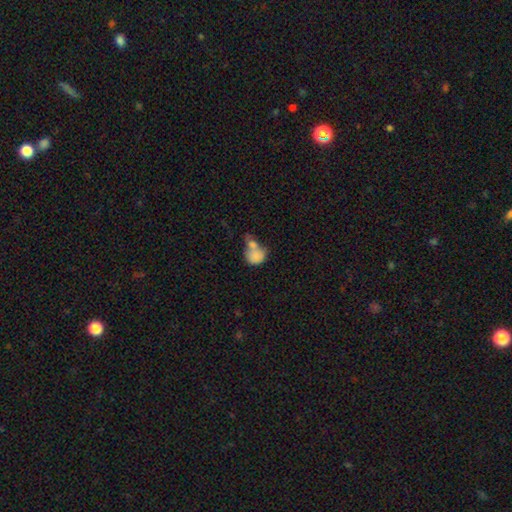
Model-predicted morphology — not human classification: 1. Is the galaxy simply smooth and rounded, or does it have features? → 79% smooth, 13% featured or disk, 8% star or artifact.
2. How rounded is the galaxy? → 65% round, 33% in between, 1% cigar-shaped.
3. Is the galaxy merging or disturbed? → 56% merger, 24% none, 12% minor disturbance, 9% major disturbance.